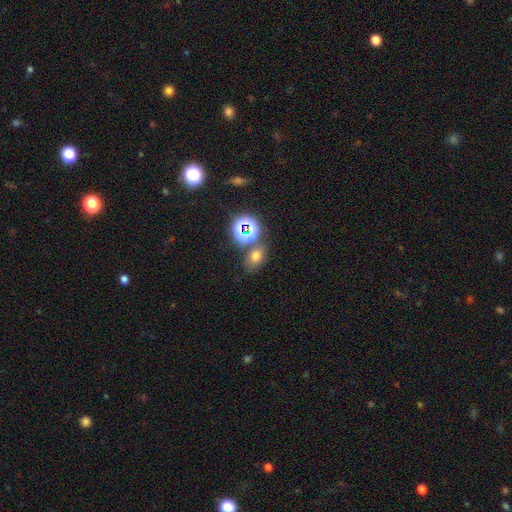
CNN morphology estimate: smooth_or_featured: smooth (p=0.62) [alt: star or artifact p=0.27]
how_rounded: in between (p=0.65) [alt: round p=0.34]
merging: none (p=0.64) [alt: merger p=0.18]